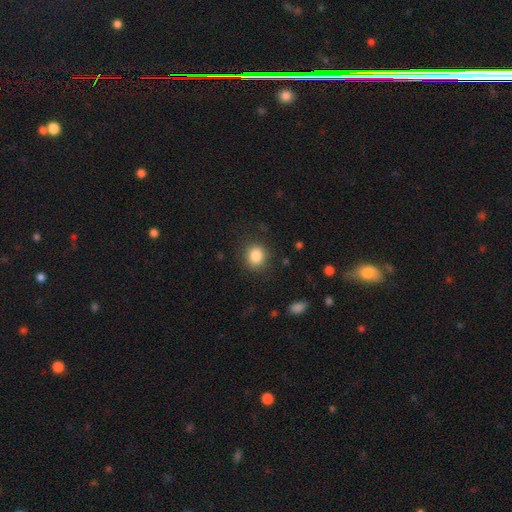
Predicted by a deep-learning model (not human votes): smooth_or_featured: smooth (p=0.85) [alt: star or artifact p=0.10]
how_rounded: round (p=0.80) [alt: in between p=0.19]
merging: none (p=0.86) [alt: minor disturbance p=0.10]